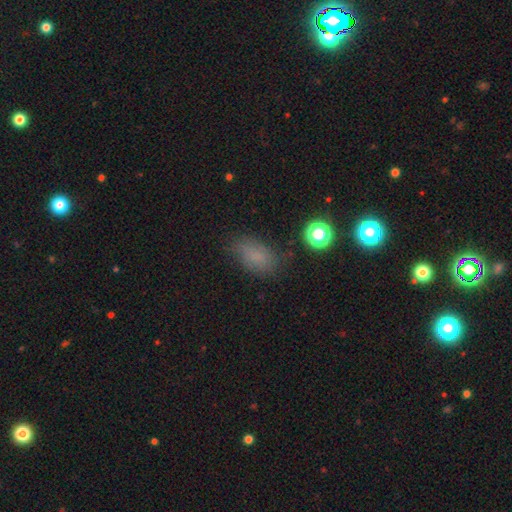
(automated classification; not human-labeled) smooth 76%, star or artifact 15%, featured or disk 9%. Down the decision tree: how rounded — in between (87%); merging — none (72%).